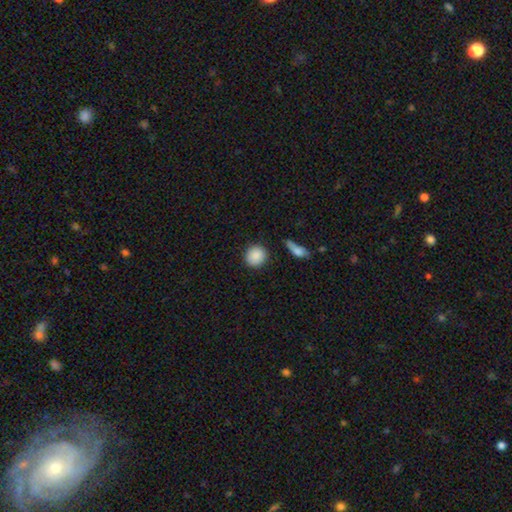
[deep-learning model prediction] This is clearly a smooth galaxy (89%). How rounded: clearly round (88%). Merging: clearly none (86%).